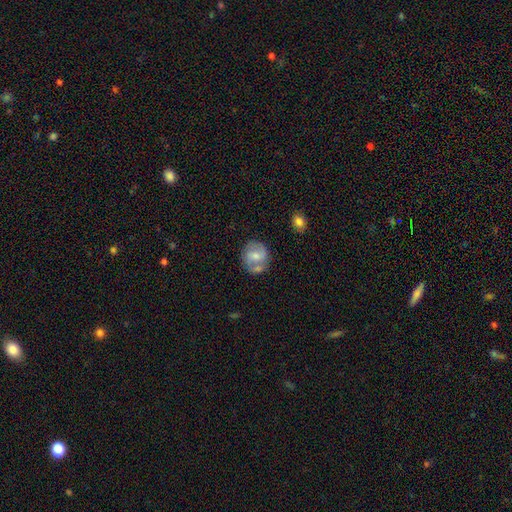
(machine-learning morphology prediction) Smooth or featured?
  - featured or disk: 56% *
  - smooth: 37%
  - star or artifact: 7%
Edge-on disk?
  - no: 97% *
  - yes: 3%
Bar?
  - weak: 44% *
  - no: 43%
  - strong: 13%
Spiral arms?
  - yes: 79% *
  - no: 21%
Bulge size?
  - moderate: 50% *
  - small: 41%
  - none: 4%
  - large: 4%
  - dominant: 1%
Merging?
  - none: 58% *
  - minor disturbance: 18%
  - merger: 18%
  - major disturbance: 6%